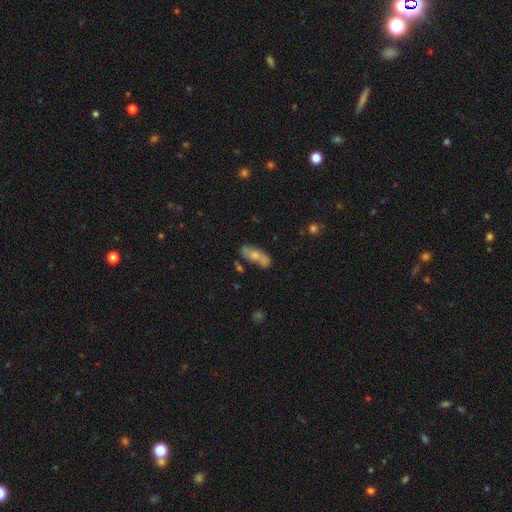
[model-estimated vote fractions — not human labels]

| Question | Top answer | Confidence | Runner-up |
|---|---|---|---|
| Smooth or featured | smooth | 61% | featured or disk (32%) |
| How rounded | in between | 75% | cigar-shaped (22%) |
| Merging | none | 61% | minor disturbance (21%) |